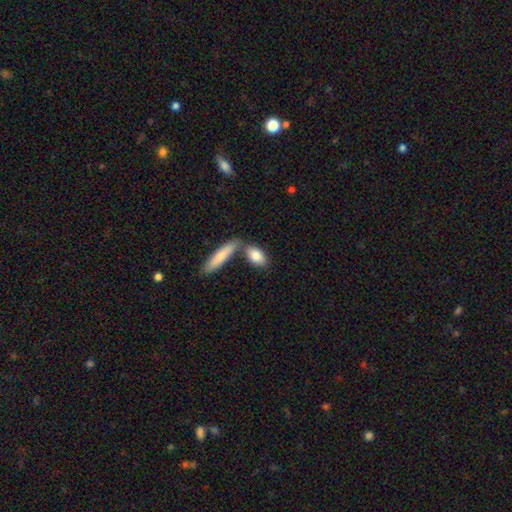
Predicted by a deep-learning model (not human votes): Smooth or featured? smooth (82%)
How rounded? in between (78%)
Merging? none (56%)